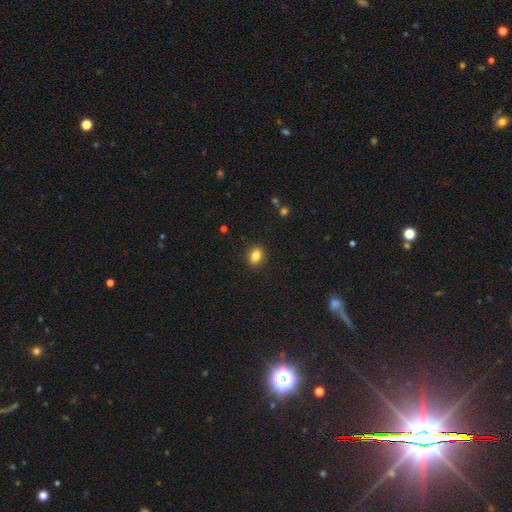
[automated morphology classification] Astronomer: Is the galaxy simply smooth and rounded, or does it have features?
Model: smooth — 84%.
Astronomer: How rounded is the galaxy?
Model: in between — 59% (runner-up: round, 40%).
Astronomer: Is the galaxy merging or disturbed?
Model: none — 89%.